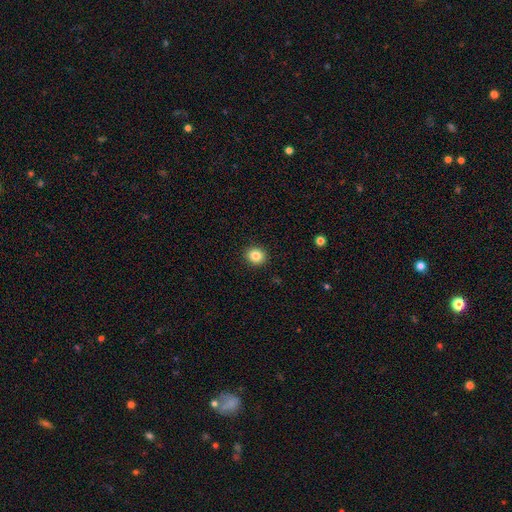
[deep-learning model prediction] This is clearly a smooth galaxy (85%). How rounded: clearly round (81%). Merging: clearly none (92%).